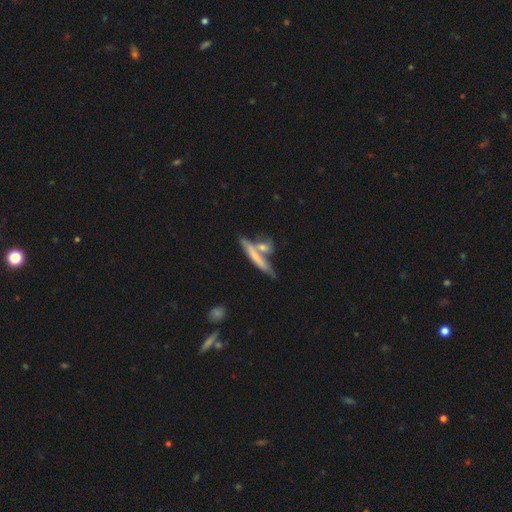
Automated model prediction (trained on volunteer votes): A smooth galaxy with no disk features (54%) that is cigar-shaped (86%).

Vote fractions:
- Smooth or featured? smooth: 54% / featured or disk: 39% / star or artifact: 7%
- How rounded? cigar-shaped: 86% / in between: 10% / round: 3%
- Merging? none: 51% / merger: 34% / minor disturbance: 11% / major disturbance: 4%